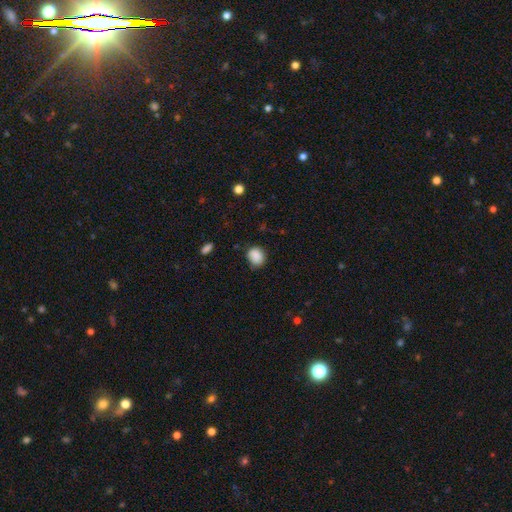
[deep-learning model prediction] smooth 88%, star or artifact 9%, featured or disk 4%. Down the decision tree: how rounded — round (63%); merging — none (74%).